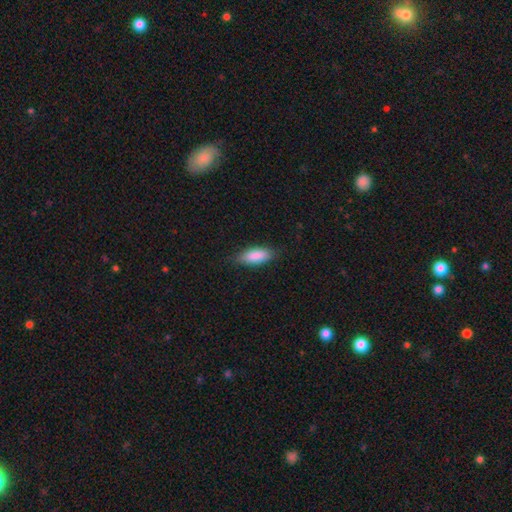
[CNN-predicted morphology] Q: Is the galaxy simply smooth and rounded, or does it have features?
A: smooth — 88%.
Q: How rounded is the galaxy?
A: in between — 75%.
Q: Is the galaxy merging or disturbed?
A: none — 82%.